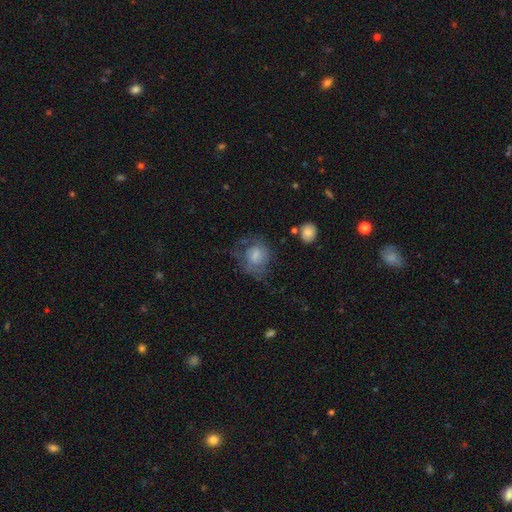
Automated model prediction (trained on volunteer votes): This appears to be a smooth galaxy with no disk features (49%). Merging: none (45%).